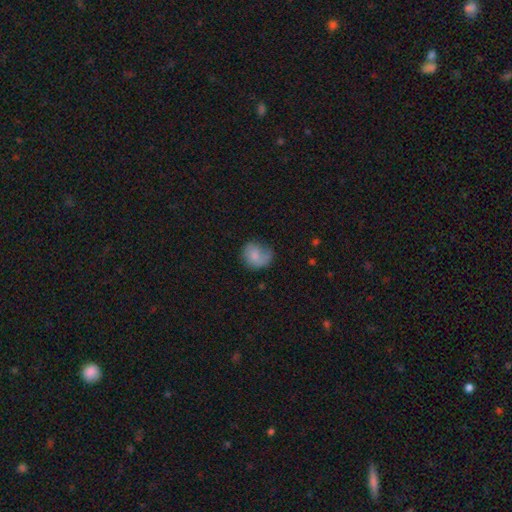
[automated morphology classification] Q: Smooth or featured?
A: smooth (69%); runner-up: featured or disk (22%)
Q: How rounded?
A: round (67%); runner-up: in between (32%)
Q: Merging?
A: none (47%); runner-up: minor disturbance (30%)